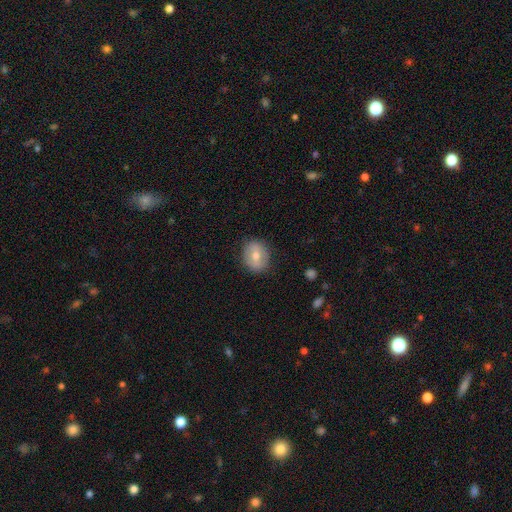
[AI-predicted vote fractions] smooth 61%, featured or disk 31%, star or artifact 8%. Down the decision tree: how rounded — round (62%); merging — none (85%).